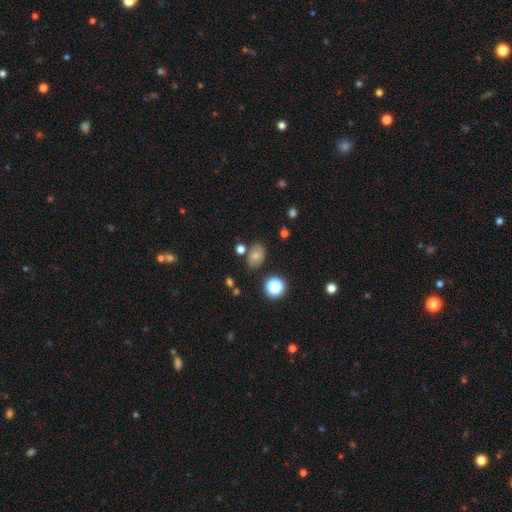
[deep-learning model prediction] Overall: smooth (68%). How rounded: in between (75%). Merging: none (75%).